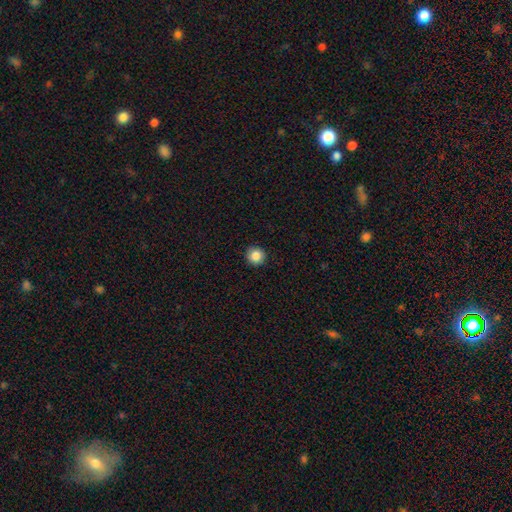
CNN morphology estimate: The model was most divided on "smooth or featured": smooth: 86%, star or artifact: 10%, featured or disk: 5%. More confident: how rounded — round (94%); merging — none (92%).